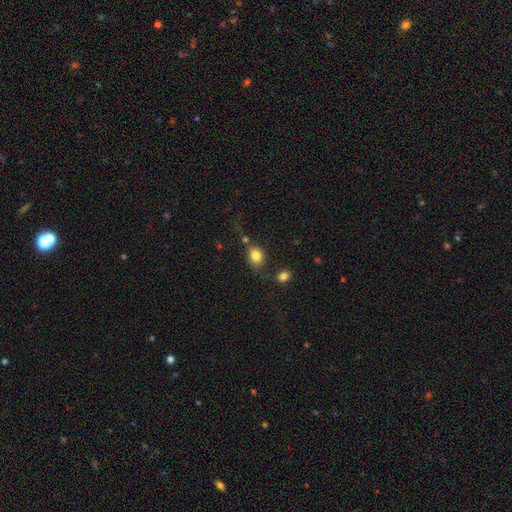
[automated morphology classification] A smooth galaxy with no disk features (82%) that is in between round and cigar-shaped (53%).

Vote fractions:
- Smooth or featured? smooth: 82% / star or artifact: 10% / featured or disk: 8%
- How rounded? in between: 53% / round: 45% / cigar-shaped: 1%
- Merging? none: 68% / minor disturbance: 15% / merger: 11% / major disturbance: 5%